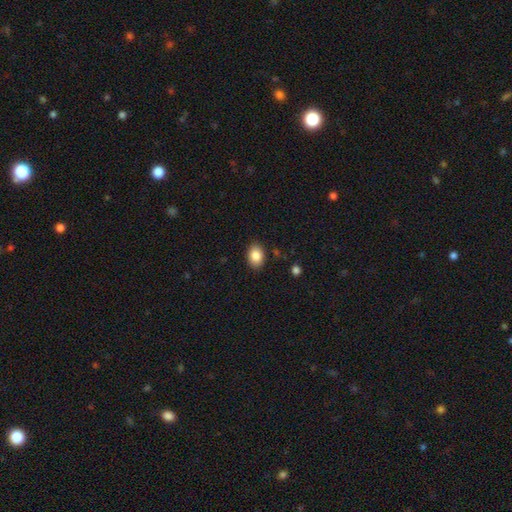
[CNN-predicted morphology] A smooth galaxy with no disk features (86%) that is in between round and cigar-shaped (78%). Merging: none (87%).